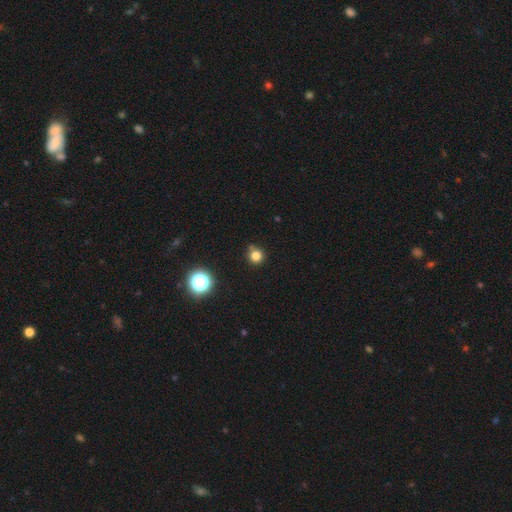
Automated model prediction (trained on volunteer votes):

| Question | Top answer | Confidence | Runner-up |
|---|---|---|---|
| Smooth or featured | smooth | 79% | star or artifact (16%) |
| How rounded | round | 93% | in between (6%) |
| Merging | none | 79% | minor disturbance (11%) |